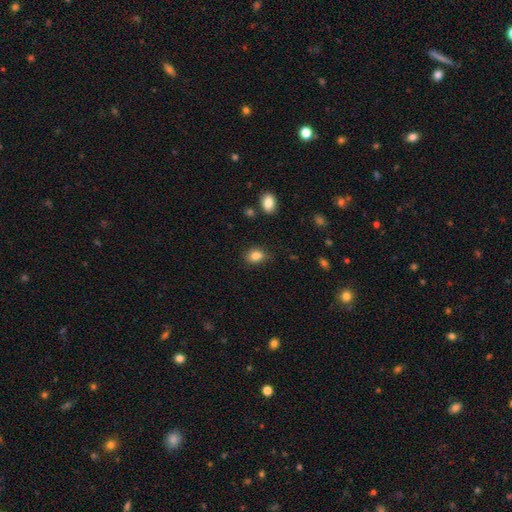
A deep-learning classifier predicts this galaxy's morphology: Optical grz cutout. It shows a smooth galaxy with no disk features (84%) that is in between round and cigar-shaped (56%). Merging: none (74%).